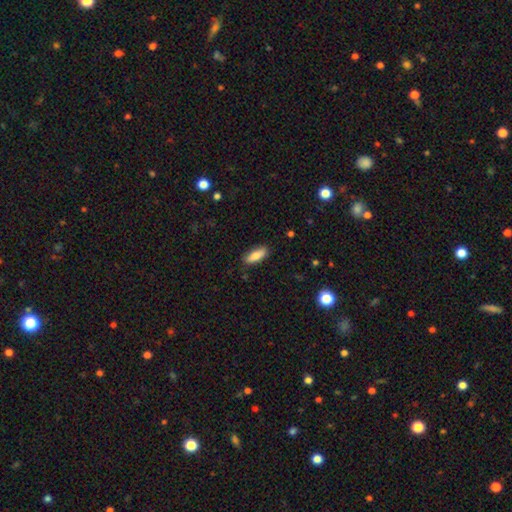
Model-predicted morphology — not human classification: The model was most divided on "how rounded": in between: 61%, cigar-shaped: 37%, round: 2%. More confident: merging — none (84%); smooth or featured — smooth (76%).